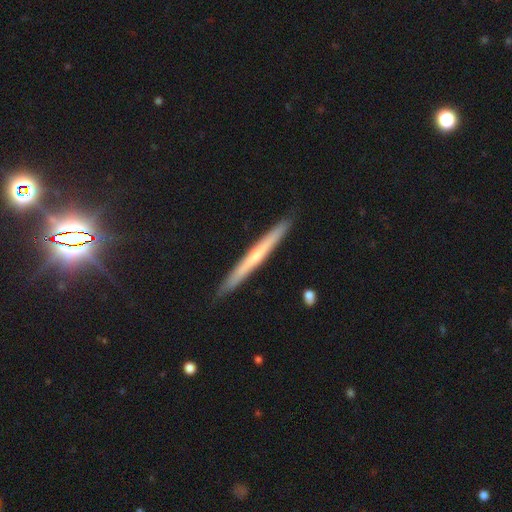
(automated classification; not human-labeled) Overall: featured or disk (53%; smooth 41%). Edge-on disk: yes (96%). Edge-on bulge: none (65%; rounded 31%). Merging: none (91%).